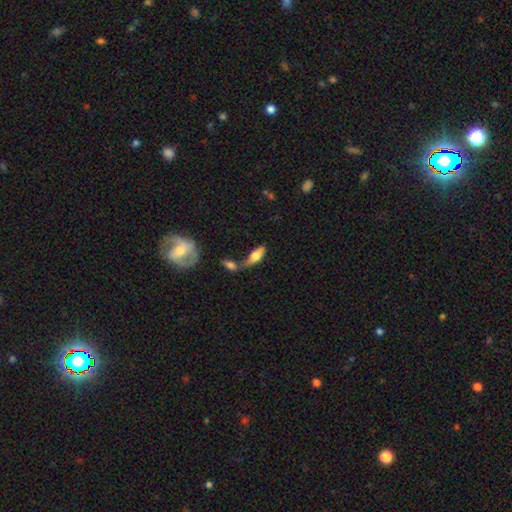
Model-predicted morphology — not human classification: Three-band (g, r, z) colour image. It shows a smooth galaxy with no disk features (61%) that is in between round and cigar-shaped (71%). Merging: merger (45%).